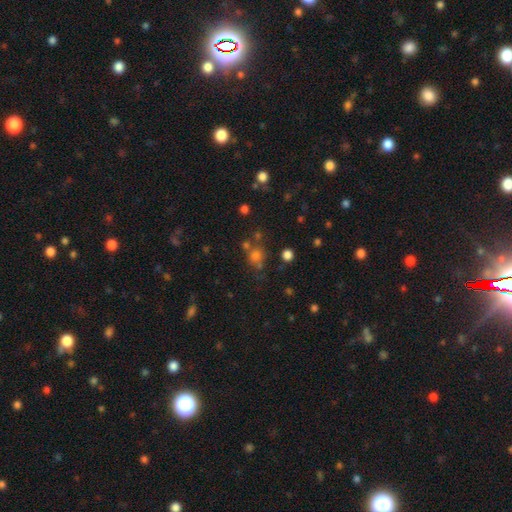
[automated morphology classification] smooth-or-featured: smooth: 66% | star or artifact: 24% | featured or disk: 10%
  how-rounded: round: 83% | in between: 16% | cigar-shaped: 1%
  merging: none: 62% | merger: 20% | minor disturbance: 12% | major disturbance: 6%